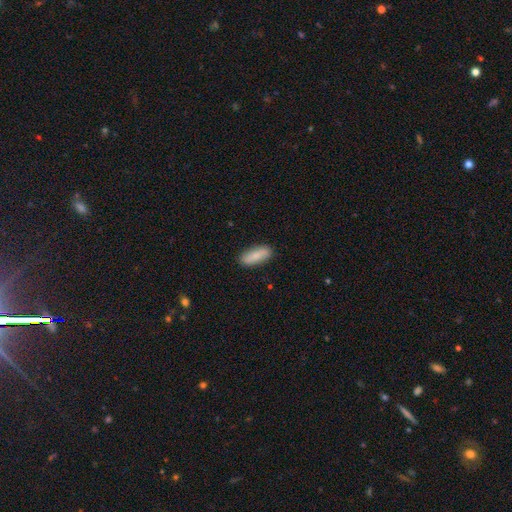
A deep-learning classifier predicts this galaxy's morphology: Q: Smooth or featured?
A: smooth (81%); runner-up: featured or disk (13%)
Q: How rounded?
A: in between (71%); runner-up: cigar-shaped (26%)
Q: Merging?
A: none (88%); runner-up: minor disturbance (9%)